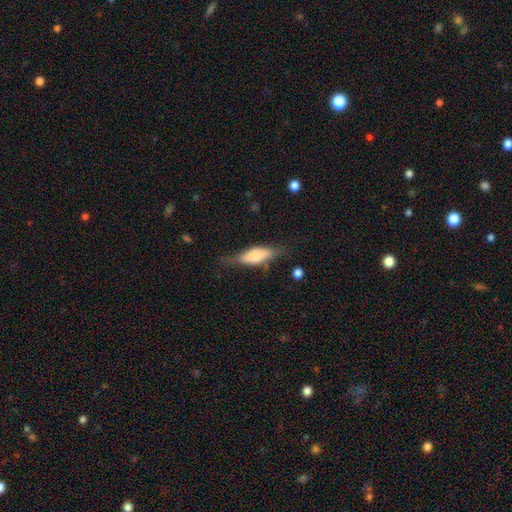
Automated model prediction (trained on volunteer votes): Q: Smooth or featured?
A: smooth (56%); runner-up: featured or disk (38%)
Q: How rounded?
A: in between (58%); runner-up: cigar-shaped (39%)
Q: Merging?
A: none (63%); runner-up: minor disturbance (25%)